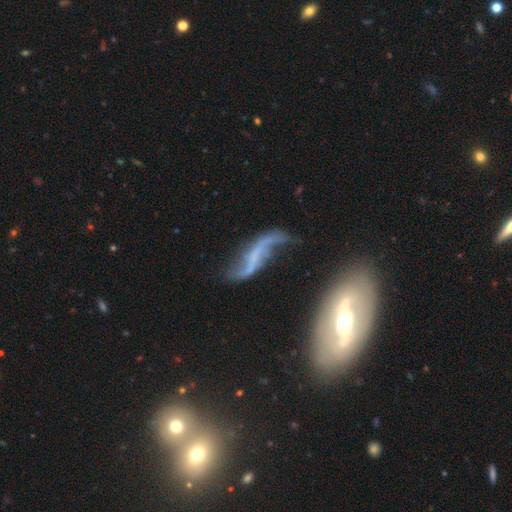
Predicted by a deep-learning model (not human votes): The model was most divided on "bar": no: 43%, weak: 35%, strong: 22%. More confident: edge-on disk — no (92%); spiral winding — loose (90%); spiral arm count — 2 (87%); spiral arms — yes (87%); smooth or featured — featured or disk (82%); bulge size — none (56%); merging — none (50%).